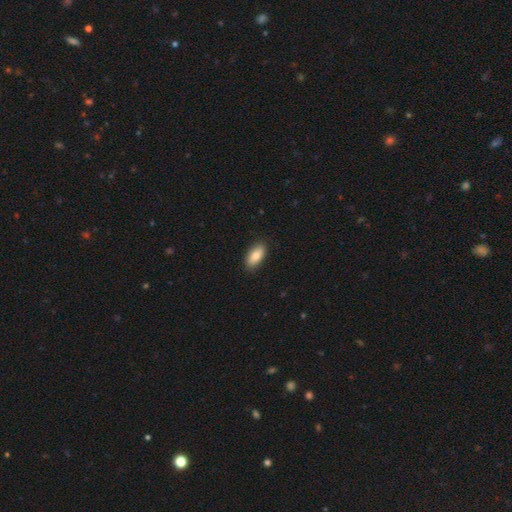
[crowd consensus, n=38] Volunteers were most divided on "smooth or featured": smooth: 87%, featured or disk: 11%, star or artifact: 3%. More confident: merging — none (95%); how rounded — in between (91%).